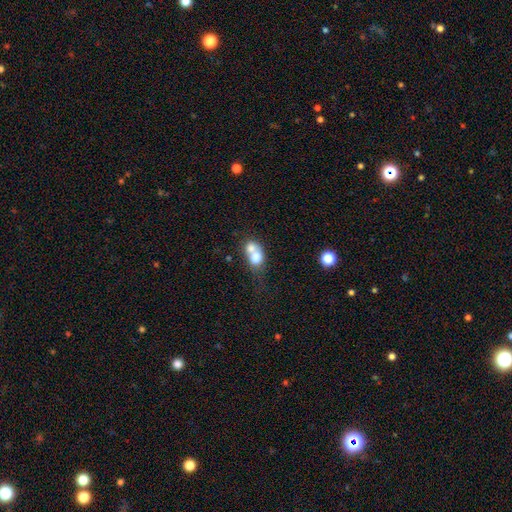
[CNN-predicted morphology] The model was most divided on "how rounded": in between: 50%, round: 48%, cigar-shaped: 2%. More confident: merging — merger (69%); smooth or featured — smooth (67%).